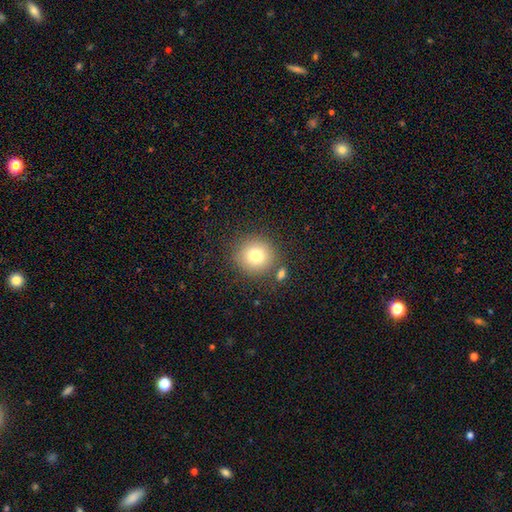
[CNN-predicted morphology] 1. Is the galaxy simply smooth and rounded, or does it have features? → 78% smooth, 11% star or artifact, 10% featured or disk.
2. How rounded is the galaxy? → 92% round, 7% in between, 1% cigar-shaped.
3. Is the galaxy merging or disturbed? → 81% none, 9% minor disturbance, 7% merger, 3% major disturbance.